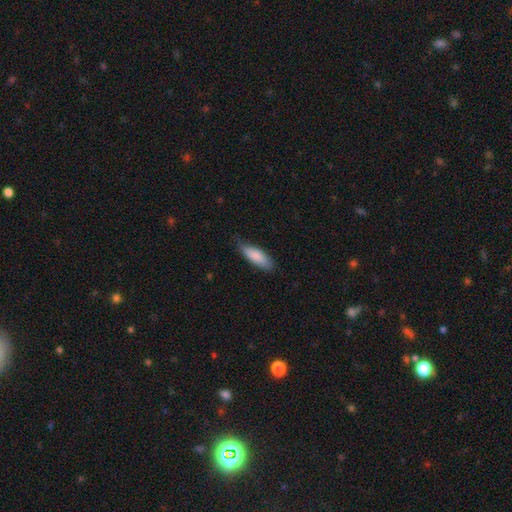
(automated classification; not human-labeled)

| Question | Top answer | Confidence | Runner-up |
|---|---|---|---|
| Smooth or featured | smooth | 85% | featured or disk (9%) |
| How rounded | in between | 61% | cigar-shaped (37%) |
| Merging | none | 72% | minor disturbance (24%) |